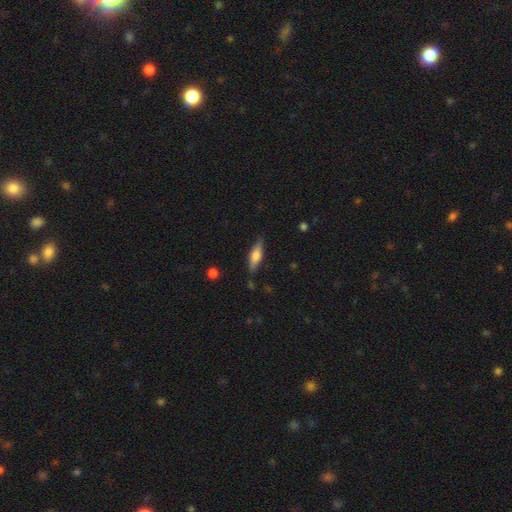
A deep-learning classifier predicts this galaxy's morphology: The model was most divided on "smooth or featured": smooth: 51%, featured or disk: 42%, star or artifact: 7%. More confident: merging — none (82%); how rounded — cigar-shaped (58%).